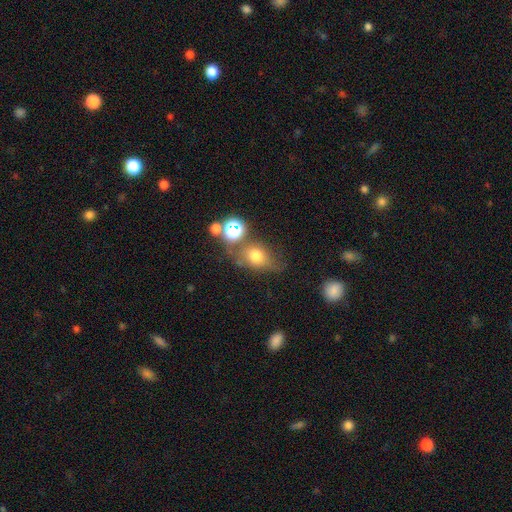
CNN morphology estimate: Smooth or featured? smooth (67%)
How rounded? in between (53%)
Merging? none (49%)